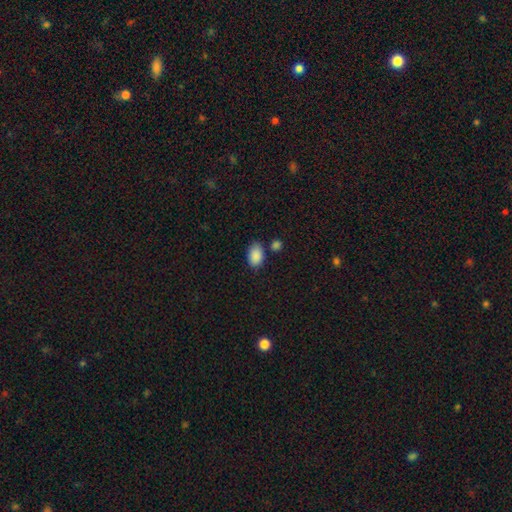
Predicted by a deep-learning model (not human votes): This appears to be a smooth galaxy with no disk features (89%) that is in between round and cigar-shaped (88%). Merging: none (72%).